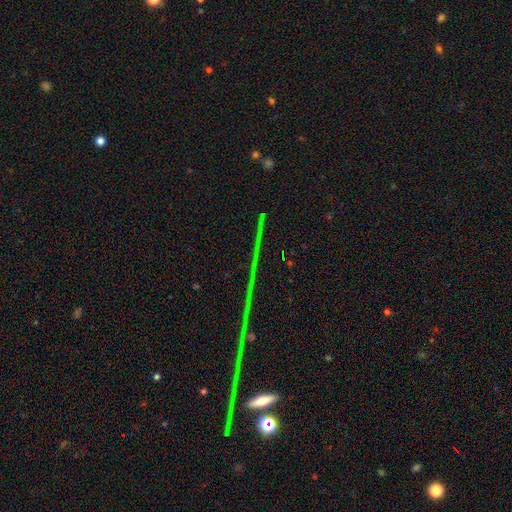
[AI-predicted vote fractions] smooth_or_featured: star or artifact (p=0.81) [alt: featured or disk p=0.11]